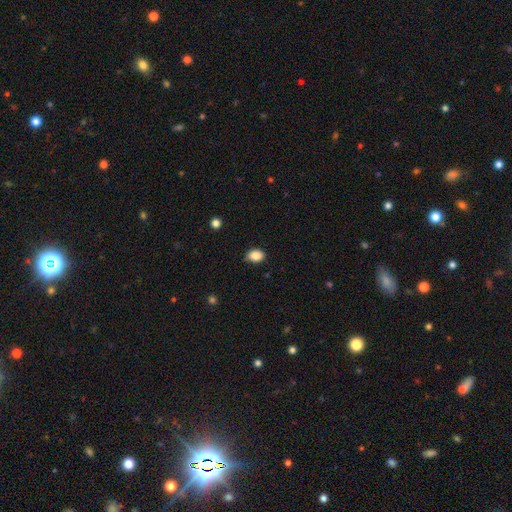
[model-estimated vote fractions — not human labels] A smooth galaxy with no disk features (86%) that is in between round and cigar-shaped (69%). Merging: none (80%).